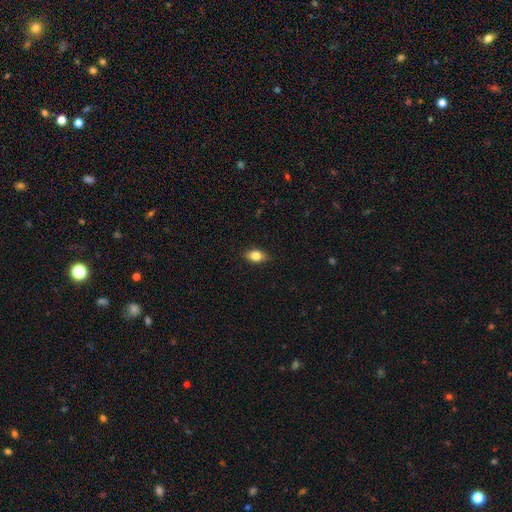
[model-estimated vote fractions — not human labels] This is clearly a smooth galaxy (81%). How rounded: clearly in between (81%). Merging: clearly none (85%).